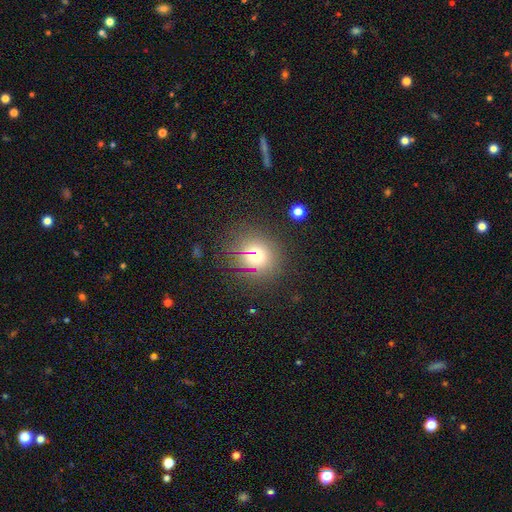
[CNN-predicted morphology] This appears to be a smooth galaxy with no disk features (62%) that is round (86%). Merging: none (82%).